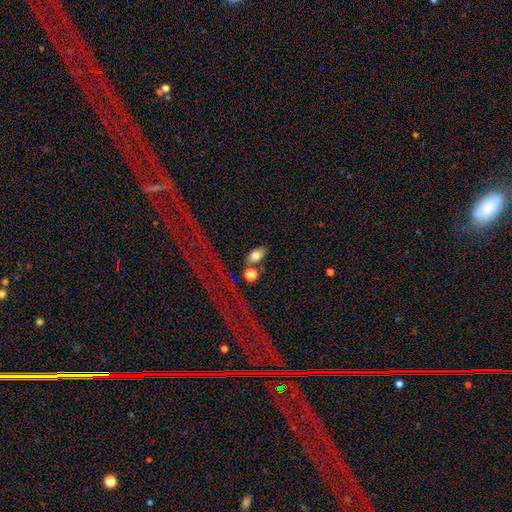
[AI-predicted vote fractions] This appears to be a smooth galaxy with no disk features (76%) that is in between round and cigar-shaped (86%). Merging: none (71%).